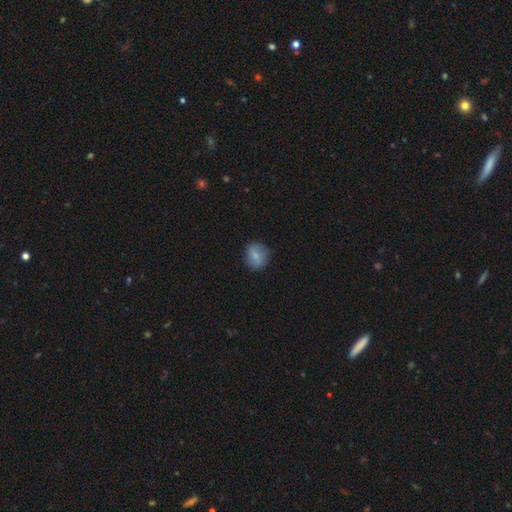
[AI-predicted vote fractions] A smooth galaxy with no disk features (77%) that is round (72%). Merging: none (78%).